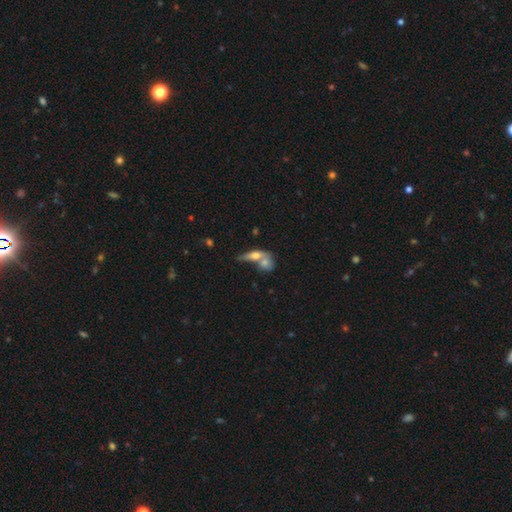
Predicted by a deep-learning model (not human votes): This is possibly a smooth galaxy (55%). How rounded: possibly in between (52%). Merging: possibly merger (56%).